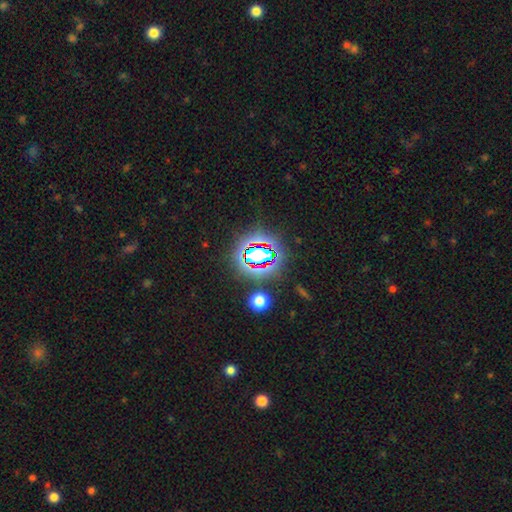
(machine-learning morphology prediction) Smooth or featured? star or artifact (68%)